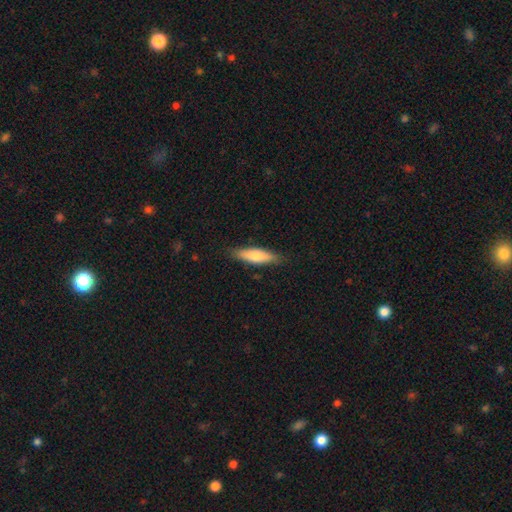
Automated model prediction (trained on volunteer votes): Smooth or featured?
  - smooth: 67% *
  - featured or disk: 27%
  - star or artifact: 6%
How rounded?
  - cigar-shaped: 61% *
  - in between: 37%
  - round: 2%
Merging?
  - none: 85% *
  - minor disturbance: 11%
  - major disturbance: 2%
  - merger: 1%